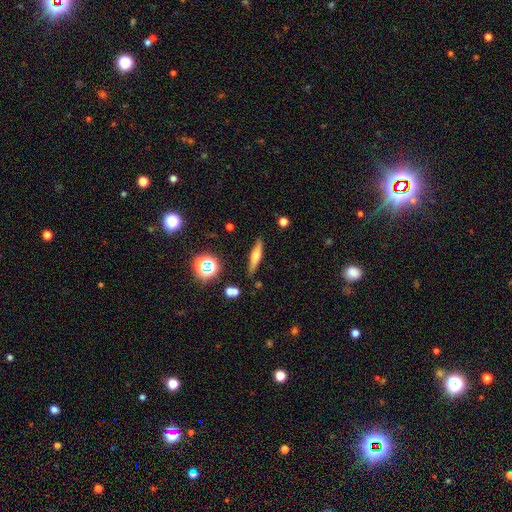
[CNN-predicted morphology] This appears to be a smooth galaxy with no disk features (46%). Merging: none (86%).